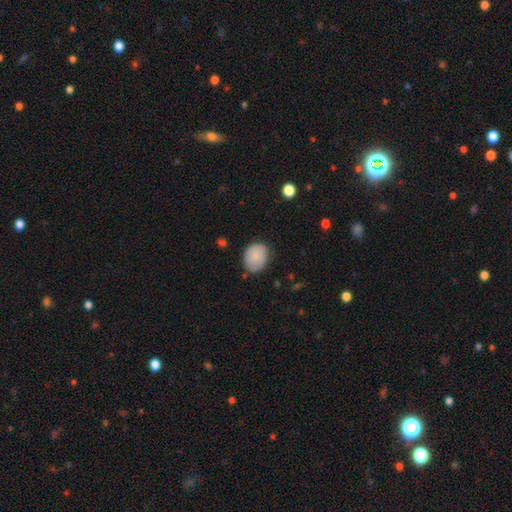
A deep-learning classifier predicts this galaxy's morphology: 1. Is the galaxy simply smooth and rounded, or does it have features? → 85% smooth, 8% featured or disk, 7% star or artifact.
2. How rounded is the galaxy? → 51% round, 48% in between, 1% cigar-shaped.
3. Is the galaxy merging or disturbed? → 72% none, 22% minor disturbance, 4% major disturbance, 2% merger.